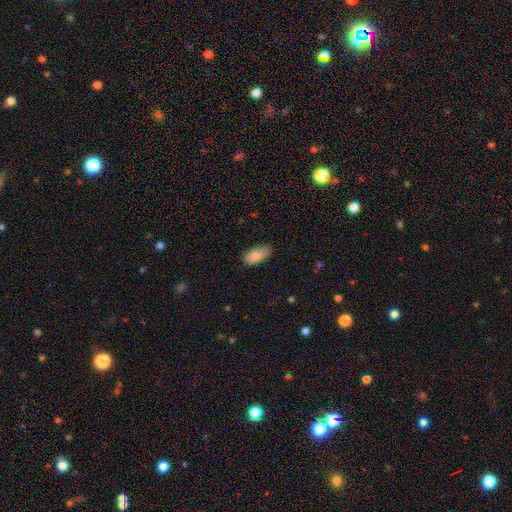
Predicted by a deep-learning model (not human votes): Morphology: type=smooth (82%); roundness=in between (92%); merging=none (82%).